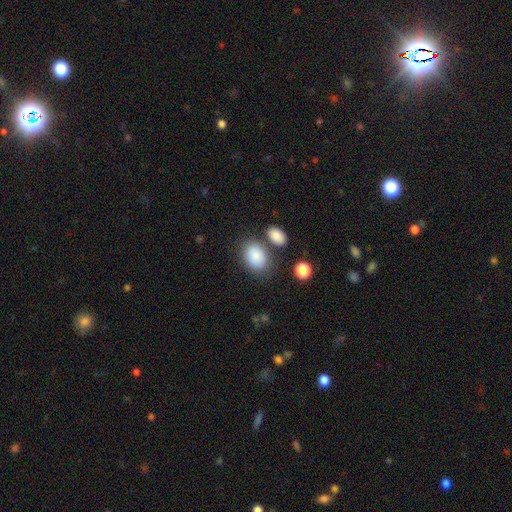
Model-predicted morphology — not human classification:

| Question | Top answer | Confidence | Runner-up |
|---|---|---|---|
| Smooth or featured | smooth | 88% | star or artifact (7%) |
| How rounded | in between | 81% | round (18%) |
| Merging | none | 68% | minor disturbance (14%) |